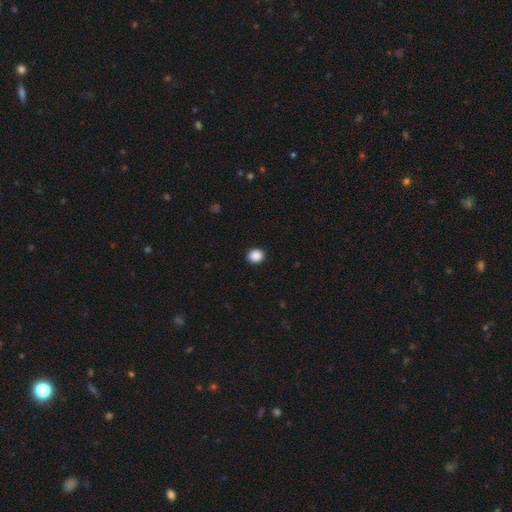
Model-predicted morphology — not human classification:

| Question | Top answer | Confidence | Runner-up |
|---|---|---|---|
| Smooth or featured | smooth | 89% | star or artifact (9%) |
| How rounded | round | 80% | in between (19%) |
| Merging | none | 92% | minor disturbance (5%) |